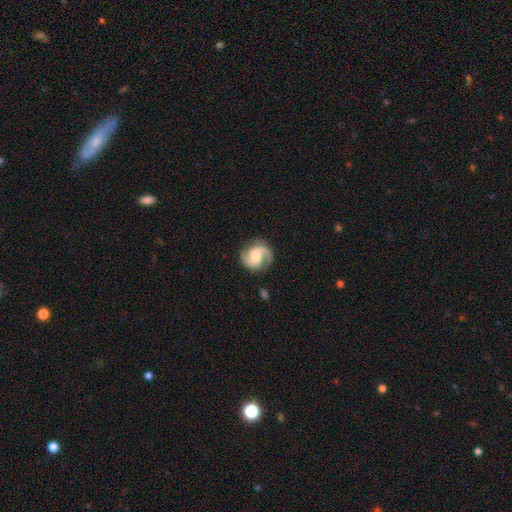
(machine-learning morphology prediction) This appears to be a featured or disk galaxy (86%) with no bar (52%), 2 (85%) medium (52%) spiral arms (98%) and a moderate central bulge (50%). Merging: none (79%).